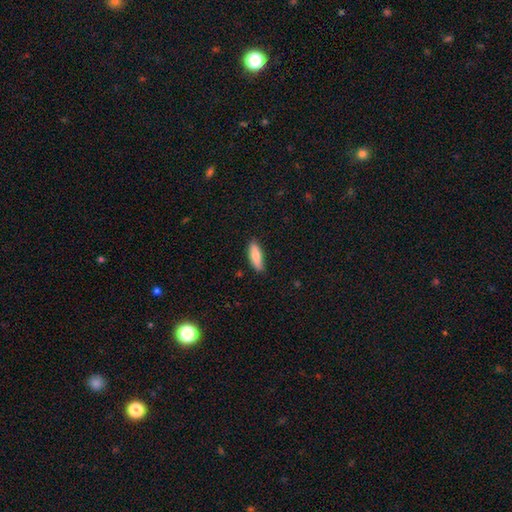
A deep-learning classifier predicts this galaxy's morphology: Overall: smooth (82%). How rounded: in between (55%; cigar-shaped 43%). Merging: none (85%).